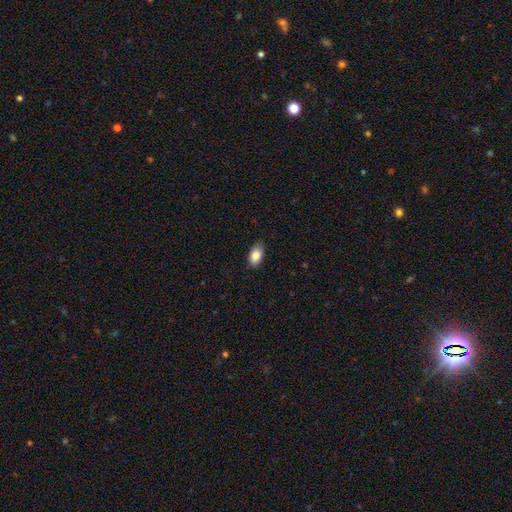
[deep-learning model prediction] The model was most divided on "merging": none: 84%, minor disturbance: 13%, major disturbance: 2%, merger: 1%. More confident: how rounded — in between (92%); smooth or featured — smooth (85%).